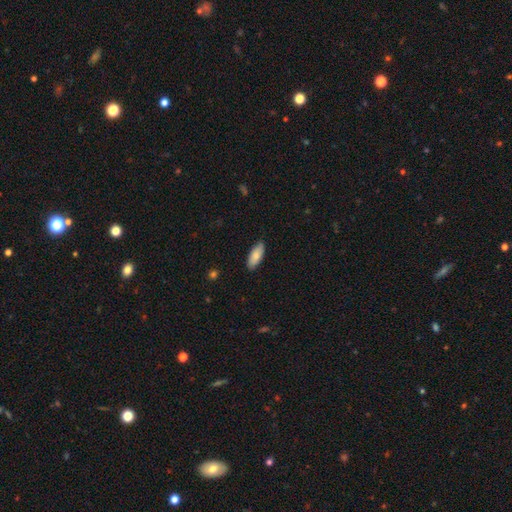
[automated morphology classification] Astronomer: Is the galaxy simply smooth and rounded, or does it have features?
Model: smooth — 83%.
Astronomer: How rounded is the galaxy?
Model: in between — 76%.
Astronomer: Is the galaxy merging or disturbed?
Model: none — 88%.